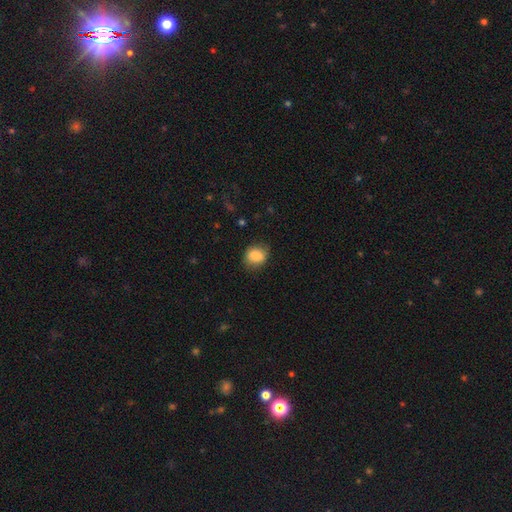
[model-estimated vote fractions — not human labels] A smooth galaxy with no disk features (85%) that is round (63%).

Vote fractions:
- Smooth or featured? smooth: 85% / star or artifact: 8% / featured or disk: 7%
- How rounded? round: 63% / in between: 36% / cigar-shaped: 1%
- Merging? none: 78% / minor disturbance: 17% / major disturbance: 4% / merger: 1%